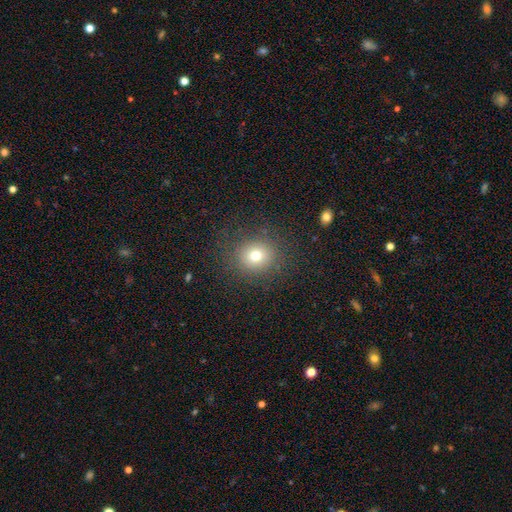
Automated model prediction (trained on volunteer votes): Smooth or featured: smooth — 73% (star or artifact — 17%)
How rounded: round — 87% (in between — 12%)
Merging: none — 86% (minor disturbance — 8%)